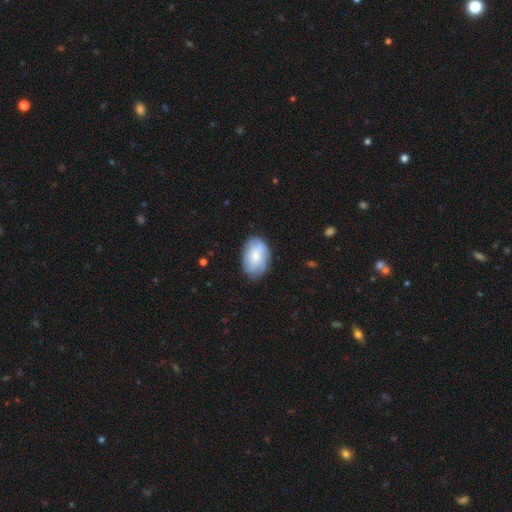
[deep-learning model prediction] Smooth or featured: smooth — 48% (featured or disk — 45%)
Merging: none — 73% (minor disturbance — 19%)